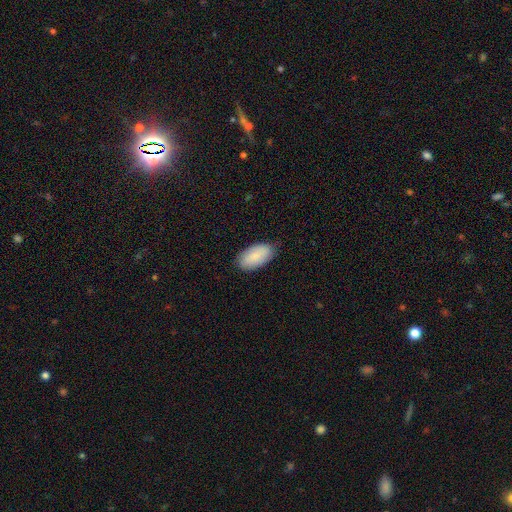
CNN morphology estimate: Smooth or featured?
  - smooth: 85% *
  - featured or disk: 9%
  - star or artifact: 6%
How rounded?
  - in between: 95% *
  - cigar-shaped: 3%
  - round: 2%
Merging?
  - none: 81% *
  - minor disturbance: 16%
  - major disturbance: 3%
  - merger: 1%